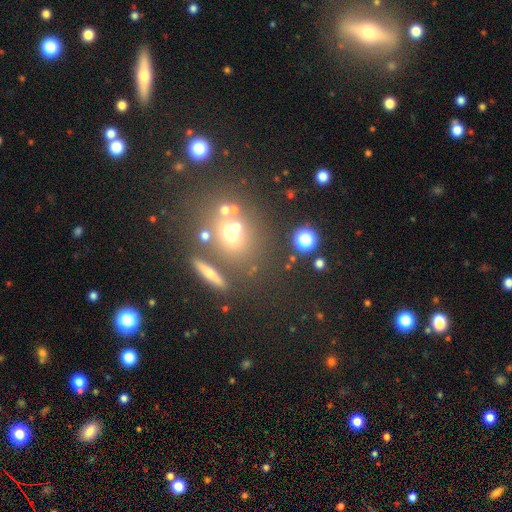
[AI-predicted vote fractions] Smooth or featured? Predicted: star or artifact (p=0.46).